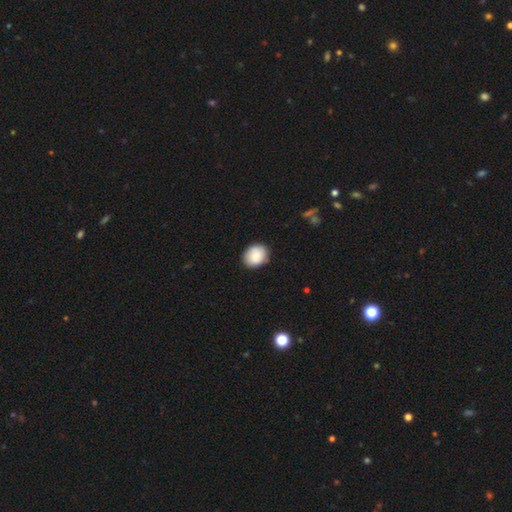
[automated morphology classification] A smooth galaxy with no disk features (86%) that is round (58%).

Vote fractions:
- Smooth or featured? smooth: 86% / star or artifact: 7% / featured or disk: 7%
- How rounded? round: 58% / in between: 41% / cigar-shaped: 1%
- Merging? none: 84% / minor disturbance: 12% / major disturbance: 2% / merger: 1%